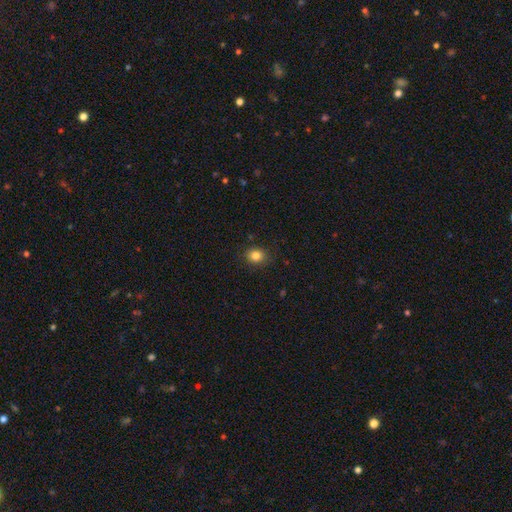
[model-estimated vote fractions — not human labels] This appears to be a smooth galaxy with no disk features (83%) that is round (67%). Merging: none (87%).